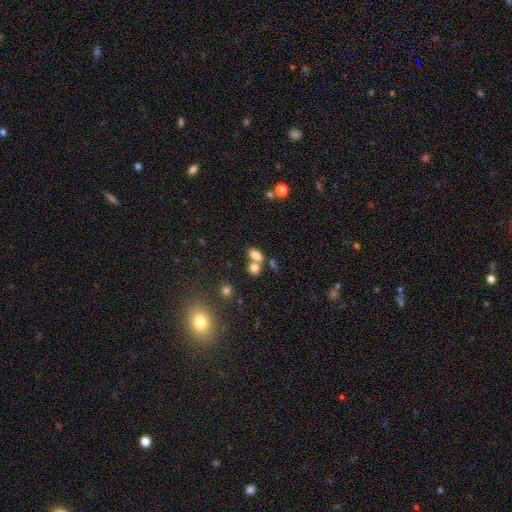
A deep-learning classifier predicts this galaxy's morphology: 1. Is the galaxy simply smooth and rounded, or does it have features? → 77% smooth, 12% star or artifact, 11% featured or disk.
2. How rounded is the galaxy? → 83% in between, 13% round, 4% cigar-shaped.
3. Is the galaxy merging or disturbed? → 46% merger, 39% none, 10% minor disturbance, 5% major disturbance.